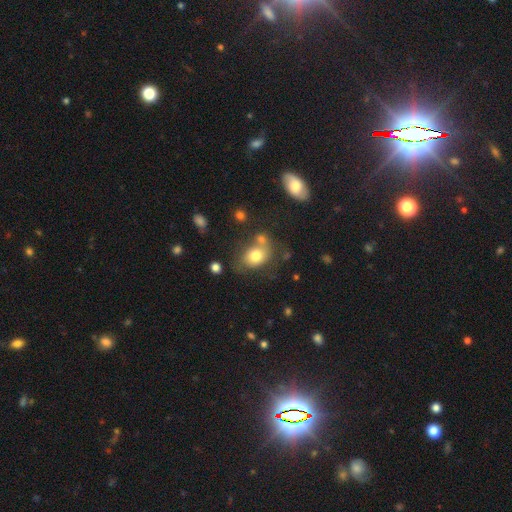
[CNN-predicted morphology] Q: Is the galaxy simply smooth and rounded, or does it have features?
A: smooth — 75%.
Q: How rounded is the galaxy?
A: in between — 61%.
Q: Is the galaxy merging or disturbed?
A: none — 50%.